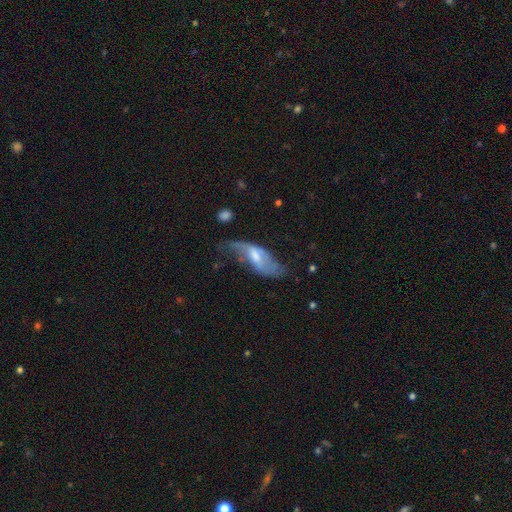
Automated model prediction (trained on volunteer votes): This is likely a featured or disk galaxy (63%). It is clearly not viewed edge-on (83%). Bar: possibly weak (46%). Spiral arm pattern: likely yes (73%). Central bulge: possibly moderate (54%). Merging: marginally none (39%).